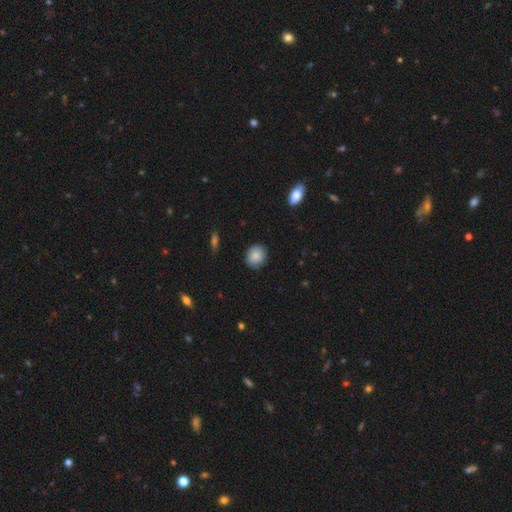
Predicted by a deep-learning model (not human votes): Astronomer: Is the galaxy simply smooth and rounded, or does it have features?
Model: smooth — 86%.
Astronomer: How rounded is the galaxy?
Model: round — 77%.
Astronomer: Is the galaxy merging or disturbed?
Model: none — 86%.